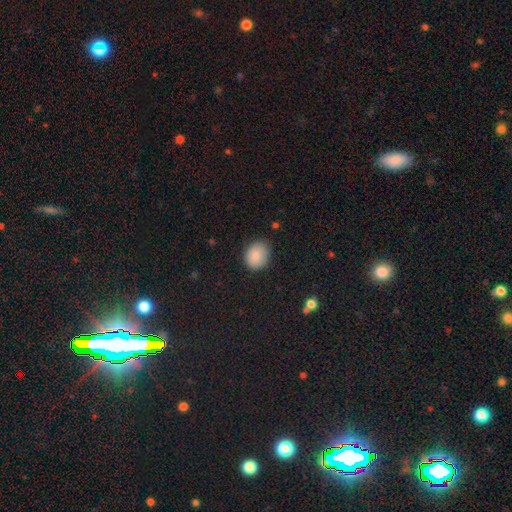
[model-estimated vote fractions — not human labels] Smooth or featured: smooth — 87% (star or artifact — 8%)
How rounded: round — 53% (in between — 46%)
Merging: none — 77% (minor disturbance — 18%)